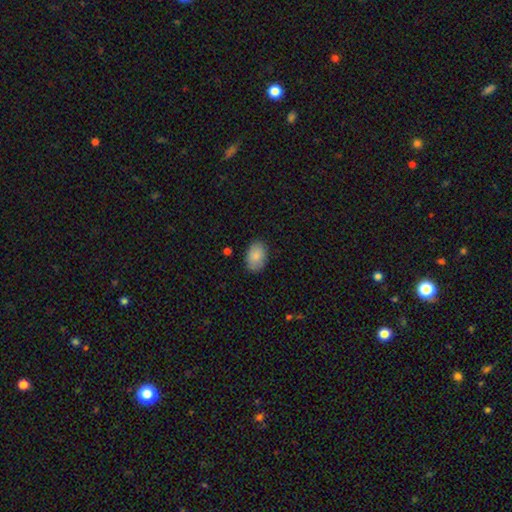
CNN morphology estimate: This appears to be a smooth galaxy with no disk features (85%) that is in between round and cigar-shaped (86%). Merging: none (85%).